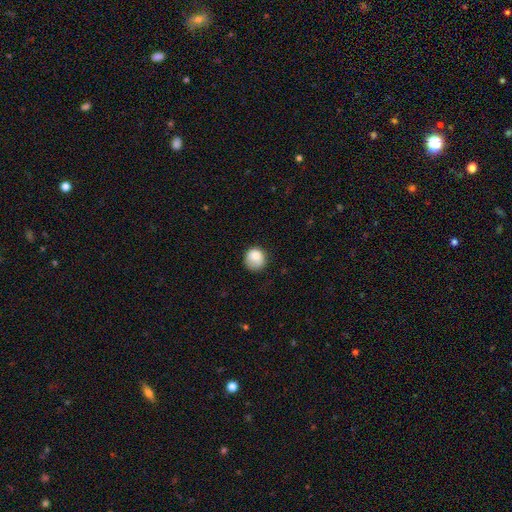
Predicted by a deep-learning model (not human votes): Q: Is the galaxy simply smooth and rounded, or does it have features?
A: smooth — 82%.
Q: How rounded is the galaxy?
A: round — 83%.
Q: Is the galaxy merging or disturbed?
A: none — 62%.